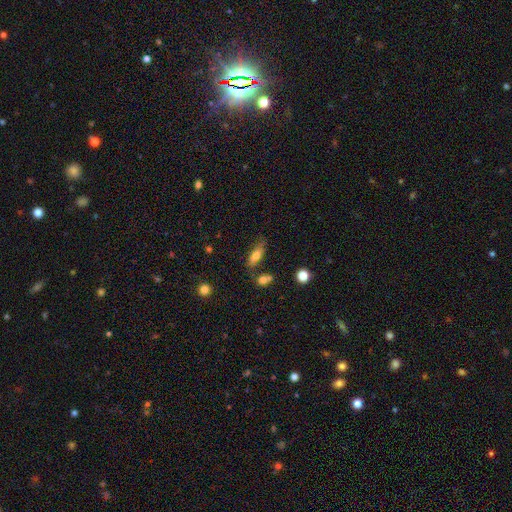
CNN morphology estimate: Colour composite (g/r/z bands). It shows a smooth galaxy with no disk features (69%) that is in between round and cigar-shaped (67%). Merging: none (63%).